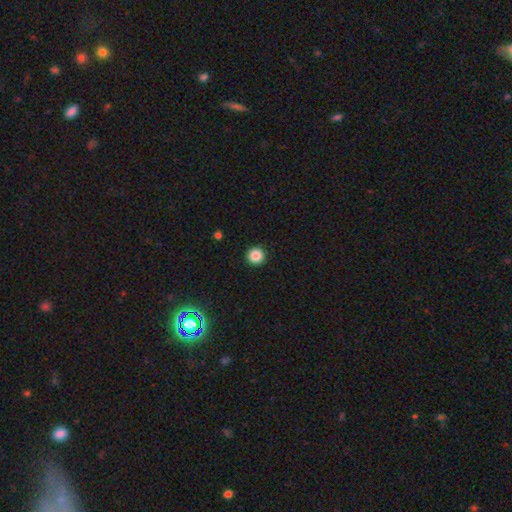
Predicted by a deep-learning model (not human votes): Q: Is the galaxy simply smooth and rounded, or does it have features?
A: smooth — 86%.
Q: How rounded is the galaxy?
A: round — 96%.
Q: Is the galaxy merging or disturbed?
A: none — 93%.